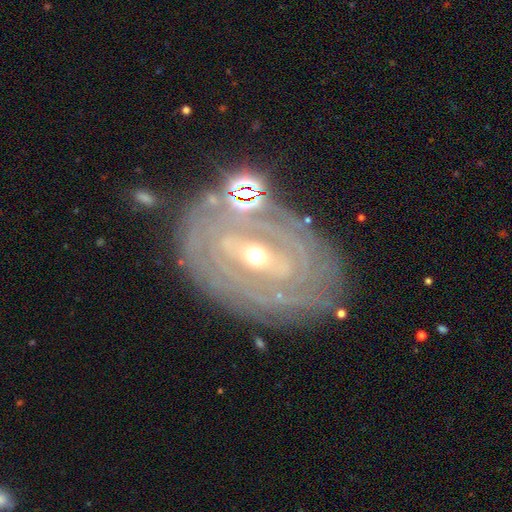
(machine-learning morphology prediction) Overall: featured or disk (85%). Edge-on disk: no (93%). Bar: no (35%; strong 33%). Spiral arms: yes (82%). Spiral arm count: can't tell (44%; 2 18%). Spiral winding: tight (80%). Bulge size: moderate (57%; small 37%). Merging: none (70%).